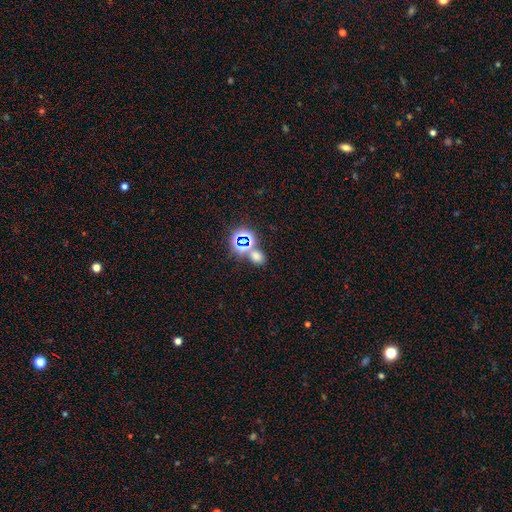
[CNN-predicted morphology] smooth_or_featured: smooth (p=0.58) [alt: star or artifact p=0.35]
how_rounded: round (p=0.53) [alt: in between p=0.45]
merging: none (p=0.63) [alt: merger p=0.24]